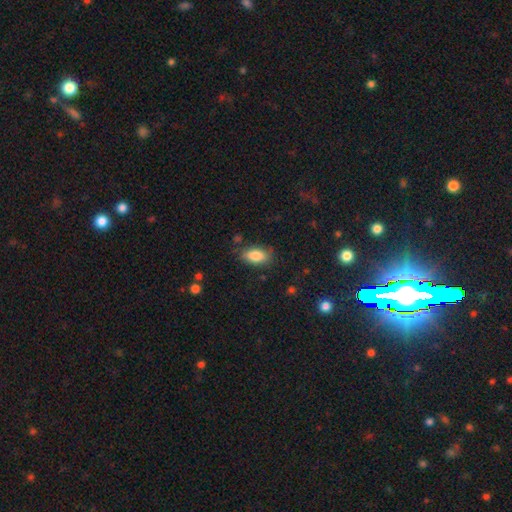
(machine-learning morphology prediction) A smooth galaxy with no disk features (84%) that is in between round and cigar-shaped (91%). Merging: none (79%).